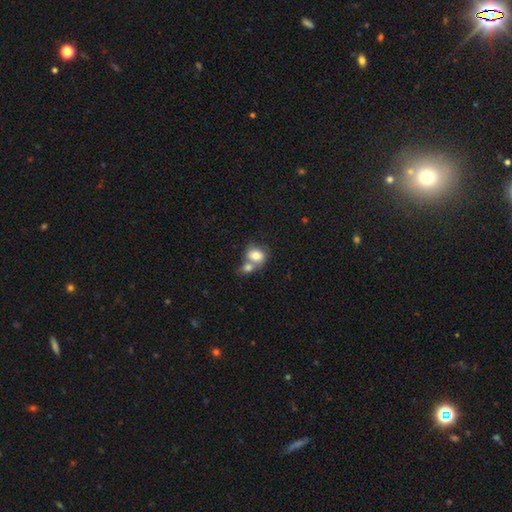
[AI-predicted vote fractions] The model was most divided on "how rounded": in between: 50%, round: 49%, cigar-shaped: 1%. More confident: smooth or featured — smooth (76%); merging — merger (62%).